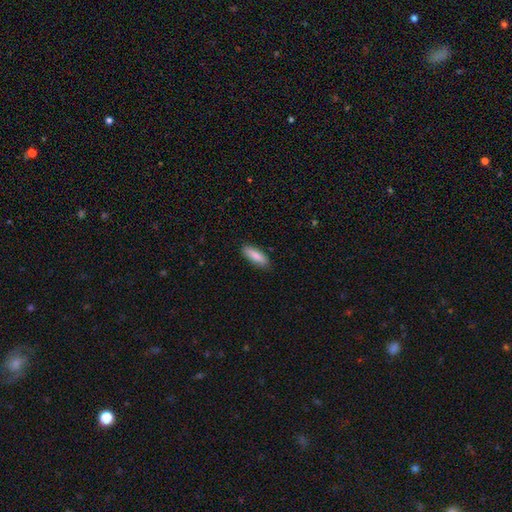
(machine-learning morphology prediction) smooth_or_featured: smooth (p=0.83) [alt: featured or disk p=0.11]
how_rounded: in between (p=0.61) [alt: cigar-shaped p=0.37]
merging: none (p=0.87) [alt: minor disturbance p=0.10]